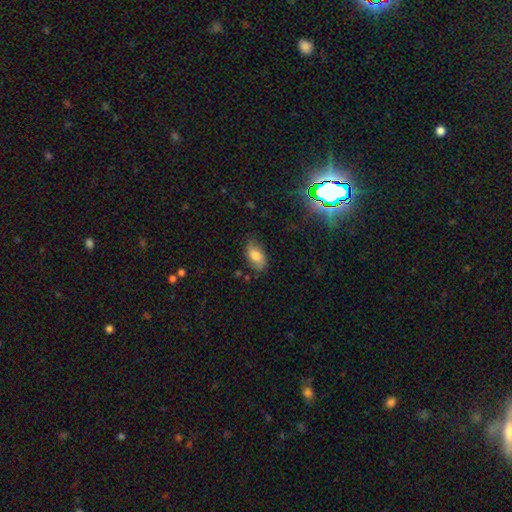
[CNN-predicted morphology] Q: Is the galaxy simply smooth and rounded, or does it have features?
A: smooth — 67%.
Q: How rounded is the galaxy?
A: in between — 92%.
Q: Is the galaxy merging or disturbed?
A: none — 72%.